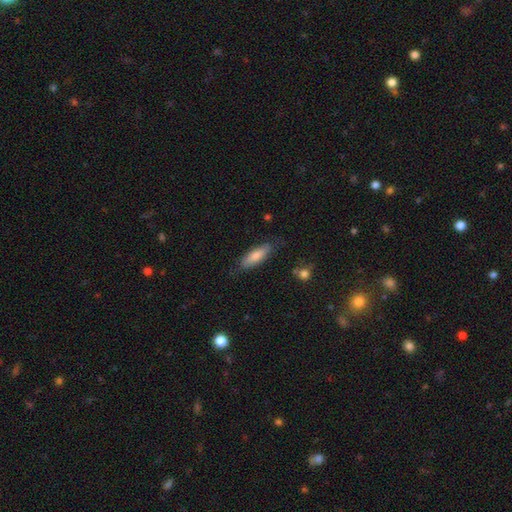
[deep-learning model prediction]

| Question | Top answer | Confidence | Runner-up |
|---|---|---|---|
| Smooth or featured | smooth | 74% | featured or disk (19%) |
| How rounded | in between | 50% | cigar-shaped (48%) |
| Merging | none | 78% | minor disturbance (17%) |